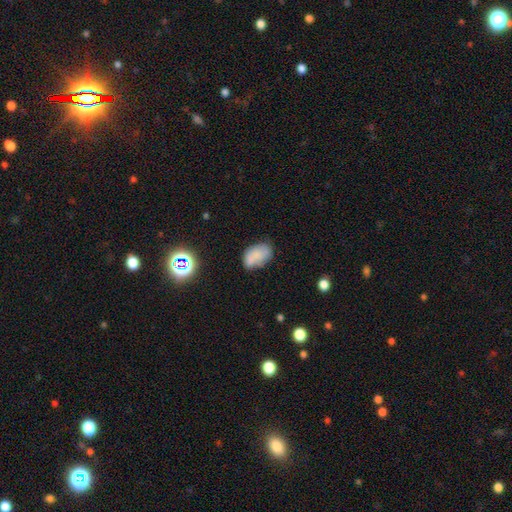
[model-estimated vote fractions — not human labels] This appears to be a smooth galaxy with no disk features (69%) that is in between round and cigar-shaped (87%). Merging: none (53%).